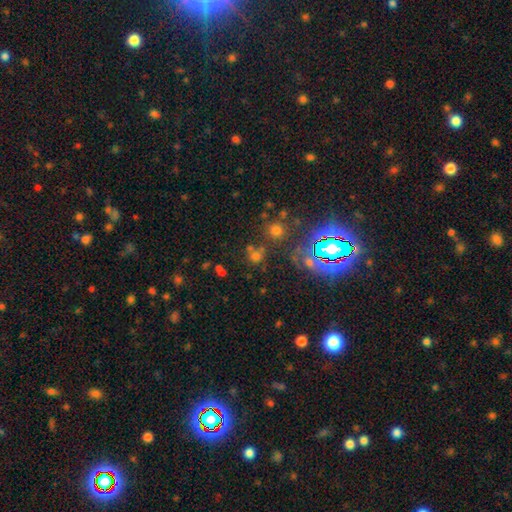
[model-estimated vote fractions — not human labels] smooth 52%, star or artifact 39%, featured or disk 9%. Down the decision tree: how rounded — round (84%); merging — none (67%).